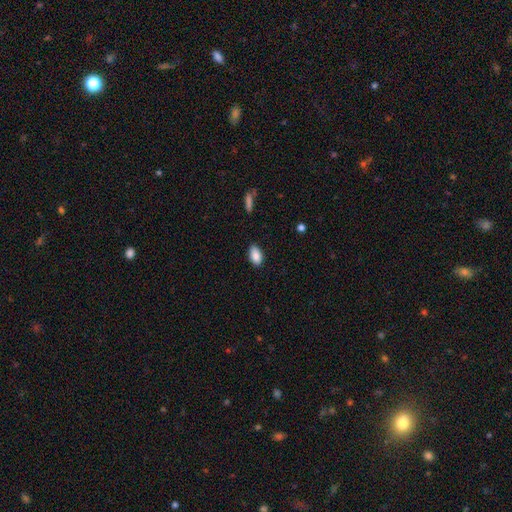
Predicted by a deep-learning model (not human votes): smooth 89%, star or artifact 7%, featured or disk 4%. Down the decision tree: how rounded — in between (93%); merging — none (84%).